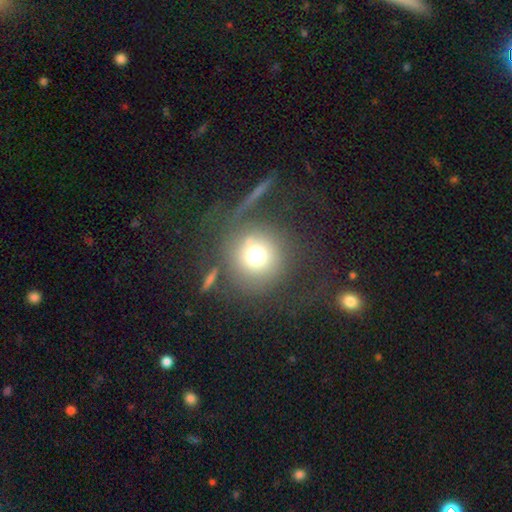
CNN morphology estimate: A smooth galaxy with no disk features (65%) that is round (93%).

Vote fractions:
- Smooth or featured? smooth: 65% / star or artifact: 17% / featured or disk: 17%
- How rounded? round: 93% / in between: 6% / cigar-shaped: 1%
- Merging? none: 64% / major disturbance: 17% / minor disturbance: 12% / merger: 7%